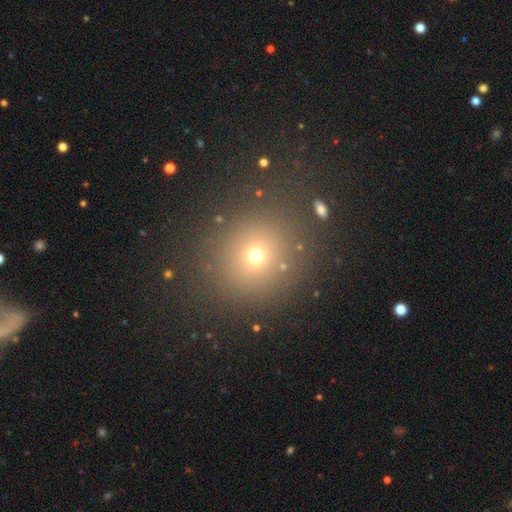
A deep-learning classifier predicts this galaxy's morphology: A smooth galaxy with no disk features (66%) that is round (87%). Merging: none (84%).